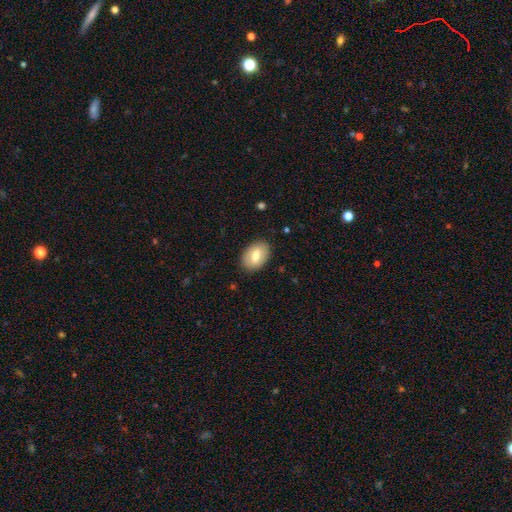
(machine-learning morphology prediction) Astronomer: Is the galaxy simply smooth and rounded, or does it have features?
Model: smooth — 72%.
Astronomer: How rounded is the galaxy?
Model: in between — 88%.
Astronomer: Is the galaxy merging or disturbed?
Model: none — 86%.